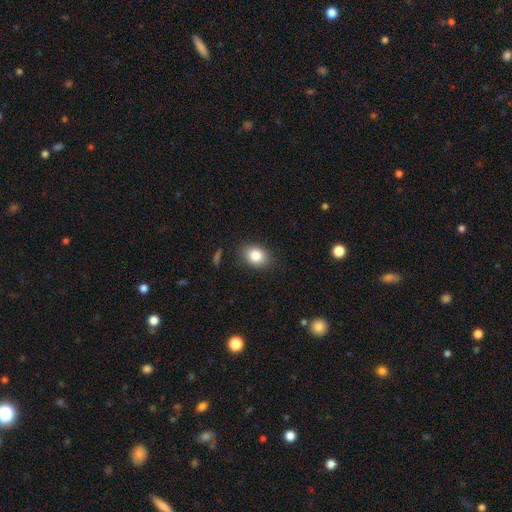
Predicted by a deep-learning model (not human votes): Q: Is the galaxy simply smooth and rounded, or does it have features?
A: smooth — 83%.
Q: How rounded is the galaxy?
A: in between — 64%.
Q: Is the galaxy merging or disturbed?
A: none — 85%.